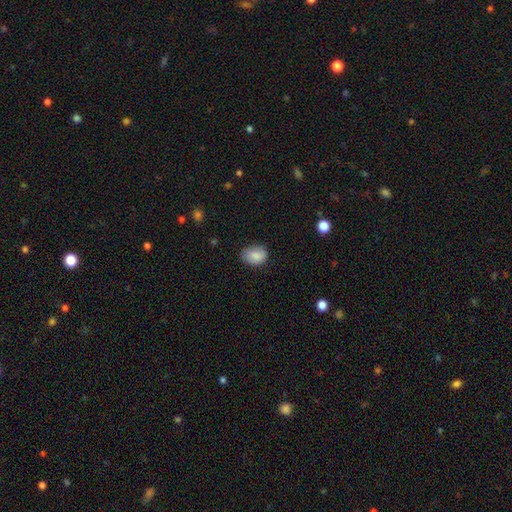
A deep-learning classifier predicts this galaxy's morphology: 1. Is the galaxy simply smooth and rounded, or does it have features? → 85% smooth, 8% star or artifact, 7% featured or disk.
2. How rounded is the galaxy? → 71% in between, 28% round, 1% cigar-shaped.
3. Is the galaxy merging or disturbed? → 69% none, 25% minor disturbance, 5% major disturbance, 1% merger.